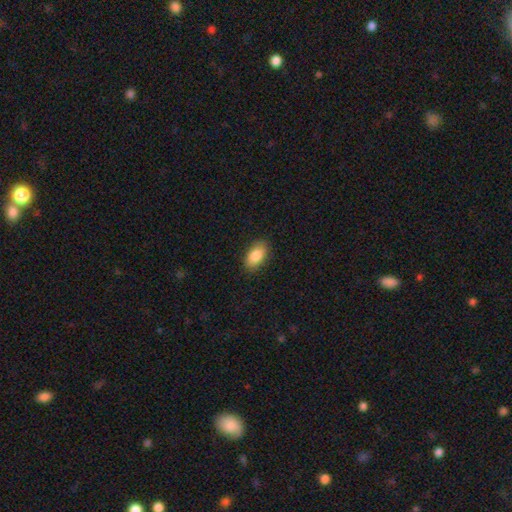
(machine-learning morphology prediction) The model was most divided on "merging": none: 87%, minor disturbance: 10%, major disturbance: 2%, merger: 1%. More confident: how rounded — in between (93%); smooth or featured — smooth (87%).